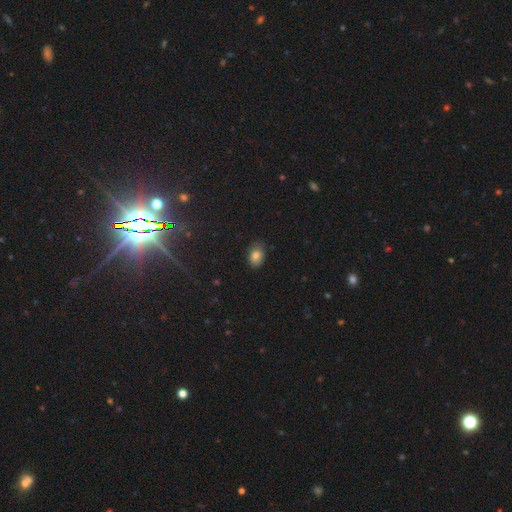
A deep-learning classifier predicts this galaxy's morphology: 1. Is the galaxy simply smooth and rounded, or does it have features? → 82% smooth, 11% star or artifact, 8% featured or disk.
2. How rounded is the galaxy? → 81% in between, 18% round, 1% cigar-shaped.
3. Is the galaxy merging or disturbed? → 77% none, 19% minor disturbance, 3% major disturbance, 1% merger.